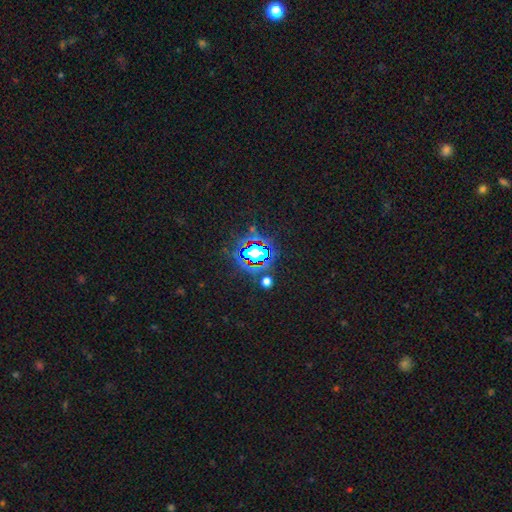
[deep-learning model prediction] This is clearly a star or artifact rather than a galaxy (81%).